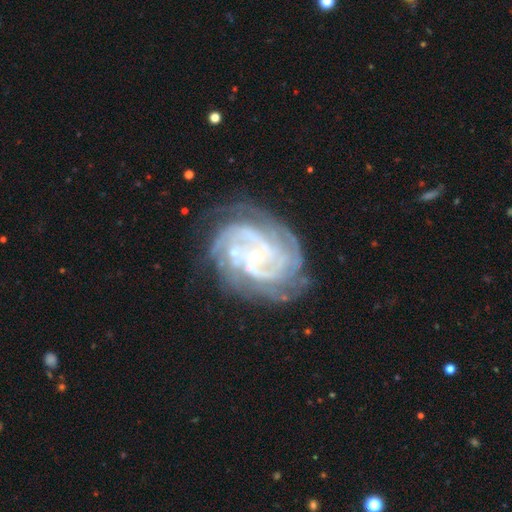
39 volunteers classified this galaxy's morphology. This appears to be a featured or disk galaxy (95%) with no bar (67%), 3 (39%) tight (69%) spiral arms (100%) and a small central bulge (72%). Merging: none (64%).